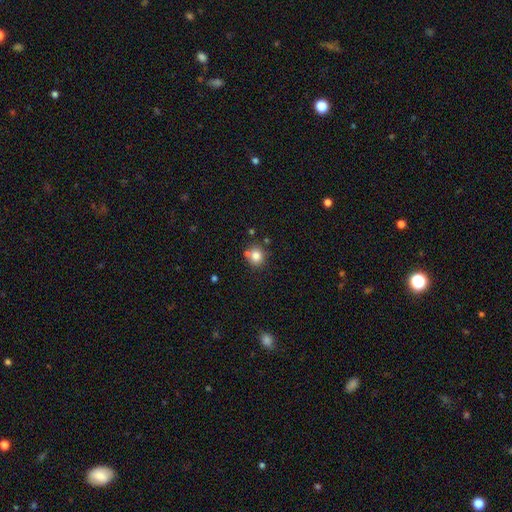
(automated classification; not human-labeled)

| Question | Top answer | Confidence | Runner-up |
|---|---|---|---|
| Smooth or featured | smooth | 80% | star or artifact (11%) |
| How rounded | round | 86% | in between (13%) |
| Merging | none | 70% | merger (15%) |